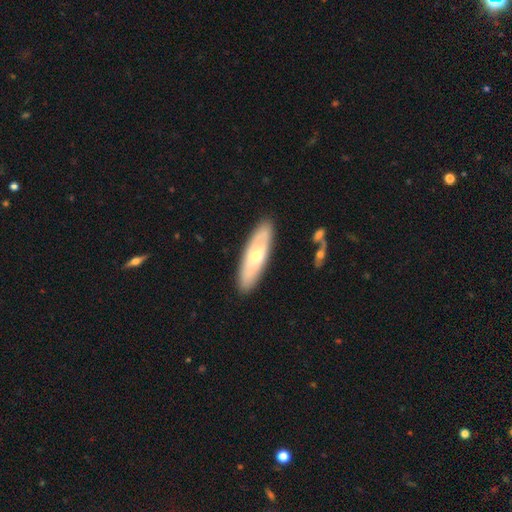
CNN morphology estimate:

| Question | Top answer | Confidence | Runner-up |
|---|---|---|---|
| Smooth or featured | featured or disk | 50% | smooth (45%) |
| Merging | none | 87% | minor disturbance (9%) |